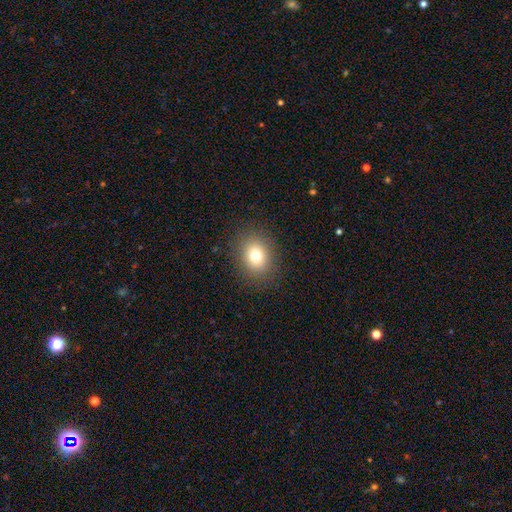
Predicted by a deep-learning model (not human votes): A smooth galaxy with no disk features (77%) that is round (57%).

Vote fractions:
- Smooth or featured? smooth: 77% / star or artifact: 13% / featured or disk: 10%
- How rounded? round: 57% / in between: 43% / cigar-shaped: 1%
- Merging? none: 88% / minor disturbance: 8% / major disturbance: 3% / merger: 1%